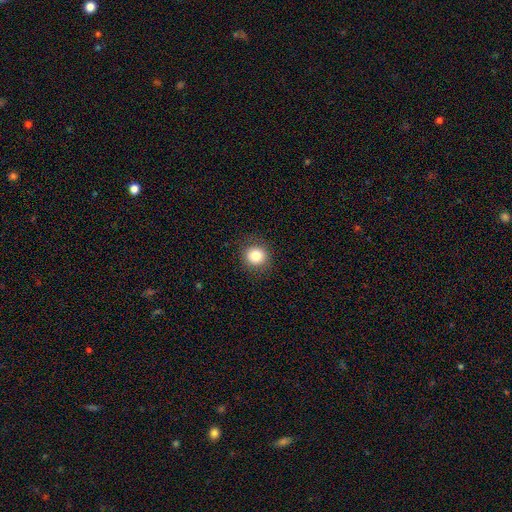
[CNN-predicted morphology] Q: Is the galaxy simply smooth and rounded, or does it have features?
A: smooth — 82%.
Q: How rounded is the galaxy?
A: round — 91%.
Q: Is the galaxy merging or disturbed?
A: none — 89%.